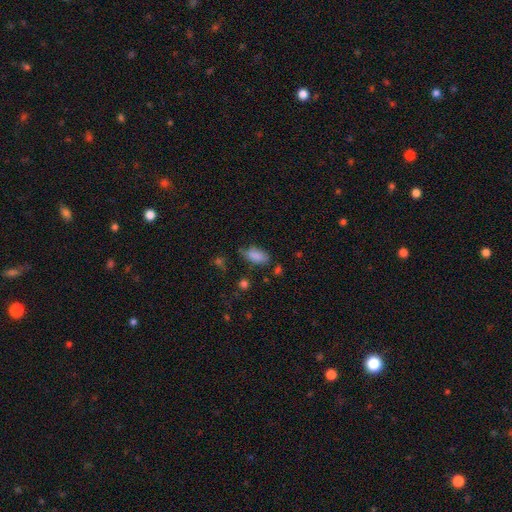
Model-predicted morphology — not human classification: smooth 85%, star or artifact 9%, featured or disk 6%. Down the decision tree: how rounded — in between (90%); merging — none (60%).